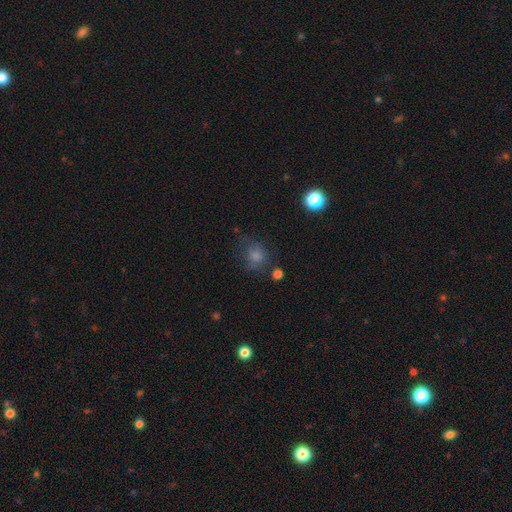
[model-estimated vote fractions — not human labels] smooth 66%, star or artifact 22%, featured or disk 13%. Down the decision tree: how rounded — round (77%); merging — none (66%).